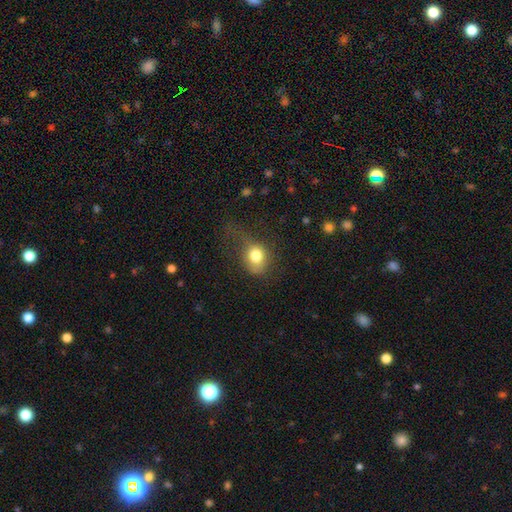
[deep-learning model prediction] A smooth galaxy with no disk features (78%) that is round (57%).

Vote fractions:
- Smooth or featured? smooth: 78% / featured or disk: 12% / star or artifact: 10%
- How rounded? round: 57% / in between: 42% / cigar-shaped: 1%
- Merging? none: 41% / major disturbance: 30% / minor disturbance: 27% / merger: 2%